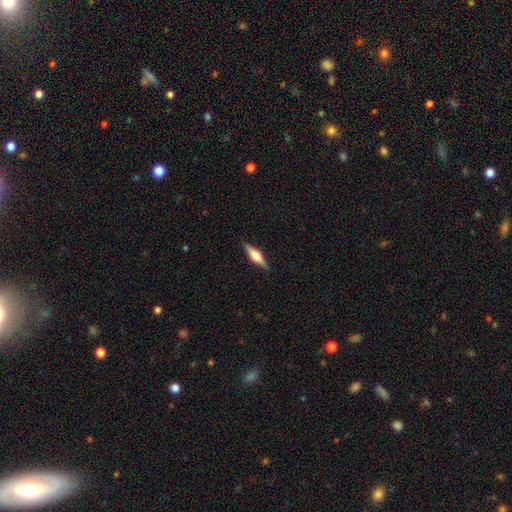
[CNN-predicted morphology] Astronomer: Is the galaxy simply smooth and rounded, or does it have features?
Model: featured or disk — 70%.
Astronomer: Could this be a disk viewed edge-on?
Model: yes — 98%.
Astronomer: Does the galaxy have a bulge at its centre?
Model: rounded — 92%.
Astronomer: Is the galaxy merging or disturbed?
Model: none — 90%.